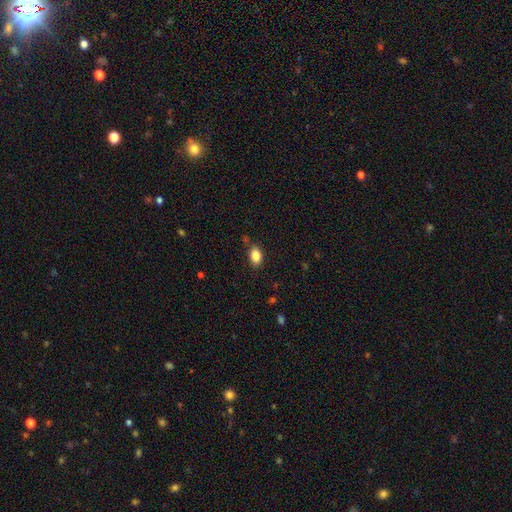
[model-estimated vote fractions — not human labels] Smooth or featured? Predicted: smooth (p=0.85). How rounded? Predicted: in between (p=0.84). Merging? Predicted: none (p=0.80).